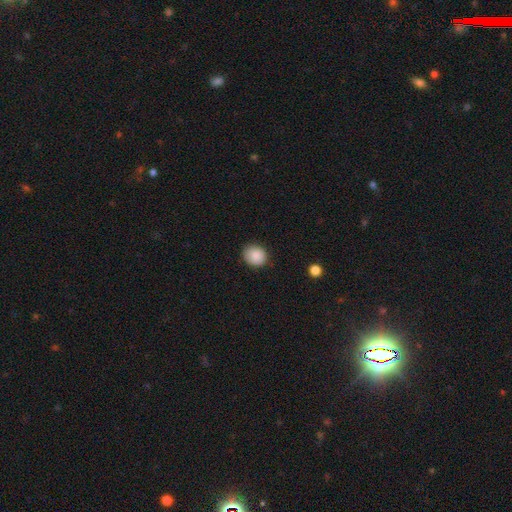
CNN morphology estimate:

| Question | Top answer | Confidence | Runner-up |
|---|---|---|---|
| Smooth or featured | smooth | 87% | star or artifact (8%) |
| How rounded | round | 69% | in between (30%) |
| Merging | none | 85% | minor disturbance (12%) |